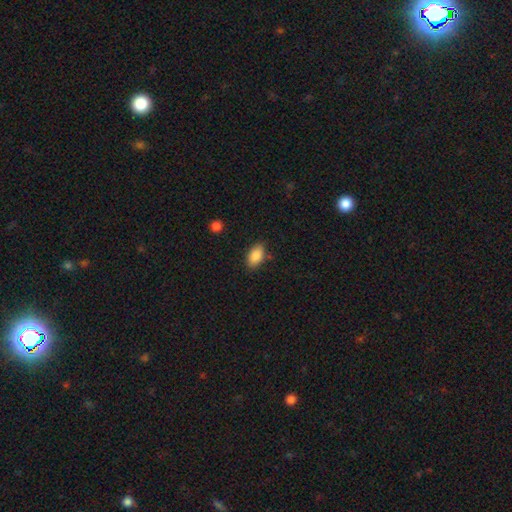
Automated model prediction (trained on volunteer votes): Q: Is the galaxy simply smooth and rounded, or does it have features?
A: smooth — 88%.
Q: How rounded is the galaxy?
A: in between — 92%.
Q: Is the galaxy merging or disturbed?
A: none — 83%.